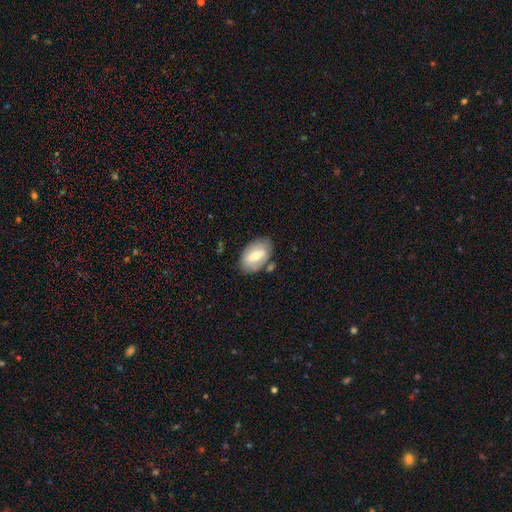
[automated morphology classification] Smooth or featured? smooth (53%)
How rounded? in between (89%)
Merging? none (73%)